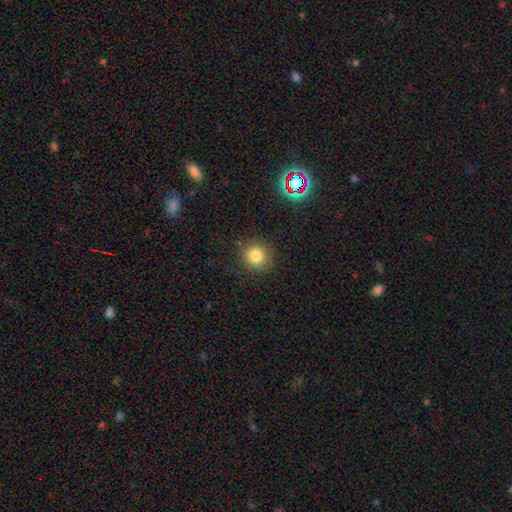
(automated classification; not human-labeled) smooth_or_featured: smooth (p=0.80) [alt: star or artifact p=0.14]
how_rounded: round (p=0.93) [alt: in between p=0.06]
merging: none (p=0.89) [alt: minor disturbance p=0.07]